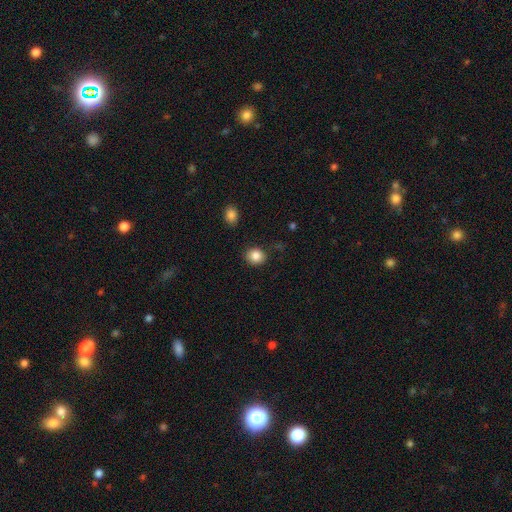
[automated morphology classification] smooth-or-featured: smooth: 86% | star or artifact: 9% | featured or disk: 5%
  how-rounded: round: 74% | in between: 25% | cigar-shaped: 1%
  merging: none: 85% | minor disturbance: 10% | major disturbance: 3% | merger: 2%